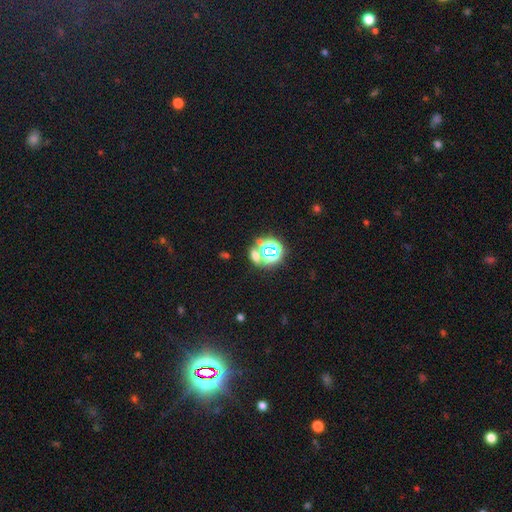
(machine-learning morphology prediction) smooth-or-featured: star or artifact: 48% | smooth: 40% | featured or disk: 12%